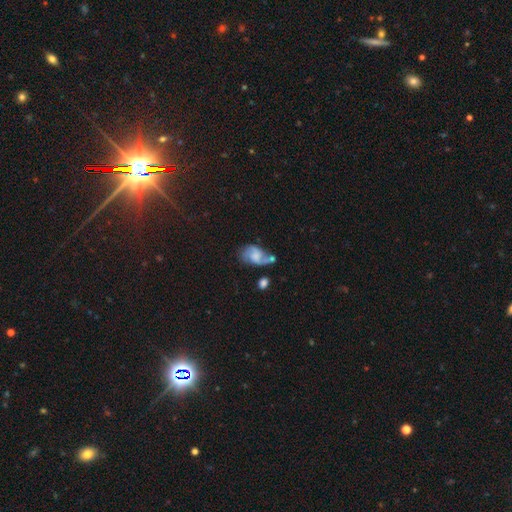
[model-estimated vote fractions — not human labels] Smooth or featured?
  - featured or disk: 63% *
  - smooth: 29%
  - star or artifact: 9%
Edge-on disk?
  - no: 97% *
  - yes: 3%
Bar?
  - no: 59% *
  - weak: 34%
  - strong: 7%
Spiral arms?
  - yes: 87% *
  - no: 13%
Spiral winding?
  - loose: 43% *
  - medium: 41%
  - tight: 16%
Spiral arm count?
  - 2: 76% *
  - can't tell: 9%
  - 3: 6%
  - 1: 6%
  - 4: 2%
  - more than 4: 2%
Bulge size?
  - none: 43% *
  - small: 21%
  - moderate: 20%
  - large: 13%
  - dominant: 3%
Merging?
  - none: 35% *
  - minor disturbance: 24%
  - merger: 21%
  - major disturbance: 19%